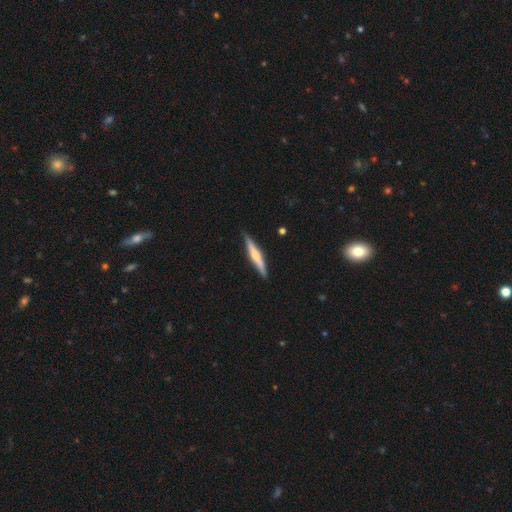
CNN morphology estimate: This is possibly a featured or disk galaxy (52%). It is clearly viewed edge-on (96%). Edge-on bulge: likely rounded (70%). Merging: clearly none (89%).